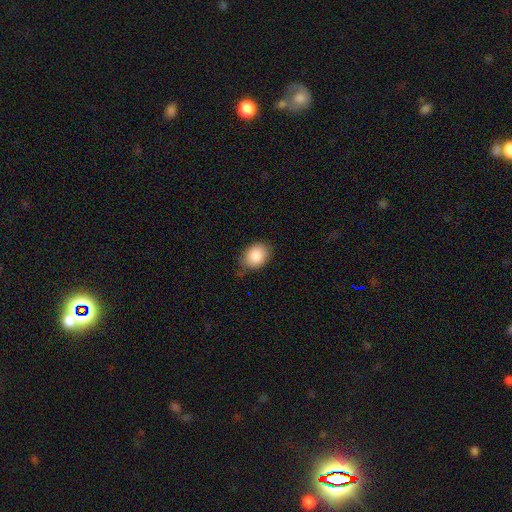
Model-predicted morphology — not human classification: smooth_or_featured: smooth (p=0.86) [alt: star or artifact p=0.07]
how_rounded: in between (p=0.65) [alt: round p=0.34]
merging: none (p=0.71) [alt: minor disturbance p=0.24]